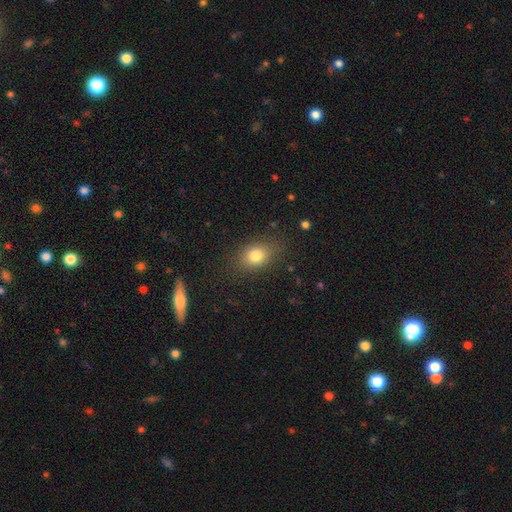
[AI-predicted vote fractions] Smooth or featured: smooth — 79% (star or artifact — 11%)
How rounded: in between — 63% (round — 35%)
Merging: none — 79% (minor disturbance — 14%)